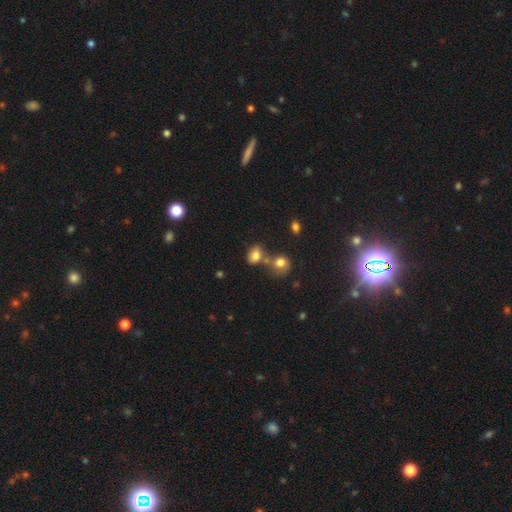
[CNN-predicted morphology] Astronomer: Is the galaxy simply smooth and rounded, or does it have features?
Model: smooth — 79%.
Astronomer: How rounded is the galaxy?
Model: in between — 68%.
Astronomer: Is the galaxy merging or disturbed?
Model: none — 46% (runner-up: merger, 35%).